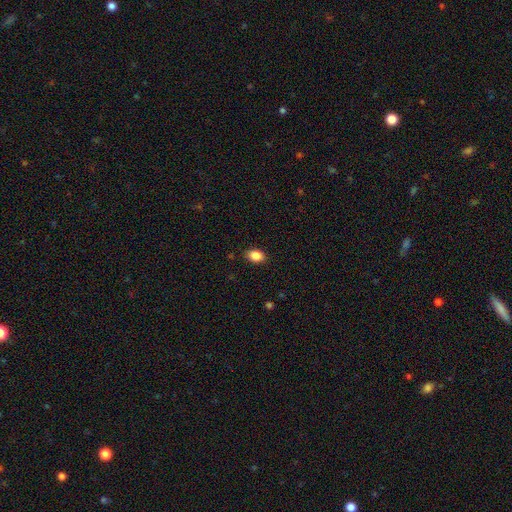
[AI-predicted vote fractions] smooth-or-featured: smooth: 88% | star or artifact: 8% | featured or disk: 4%
  how-rounded: in between: 81% | round: 18% | cigar-shaped: 1%
  merging: none: 88% | minor disturbance: 9% | major disturbance: 2% | merger: 1%